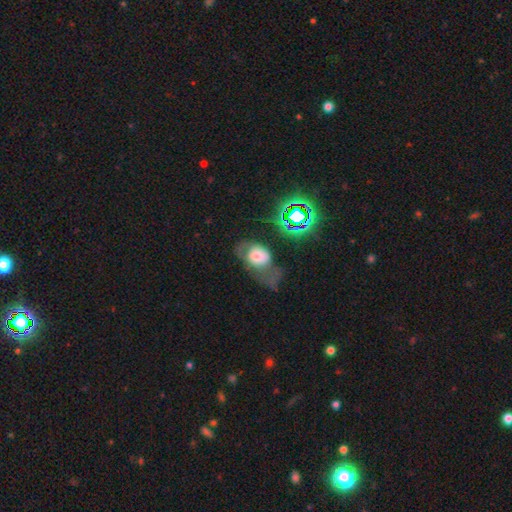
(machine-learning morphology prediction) A smooth galaxy with no disk features (52%) that is in between round and cigar-shaped (72%). Merging: major disturbance (44%).